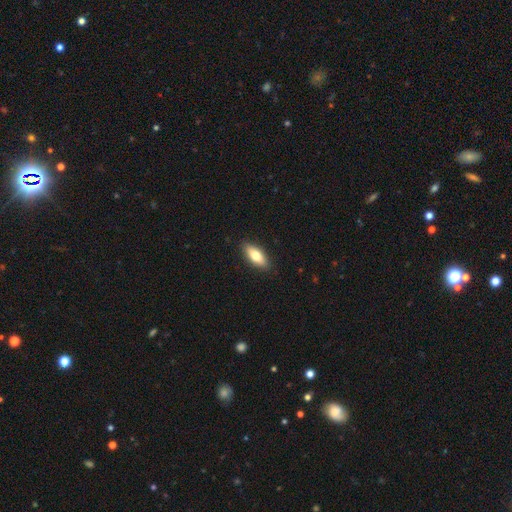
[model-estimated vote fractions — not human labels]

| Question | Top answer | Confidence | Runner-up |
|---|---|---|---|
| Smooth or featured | smooth | 74% | featured or disk (20%) |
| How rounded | in between | 76% | cigar-shaped (22%) |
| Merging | none | 89% | minor disturbance (8%) |